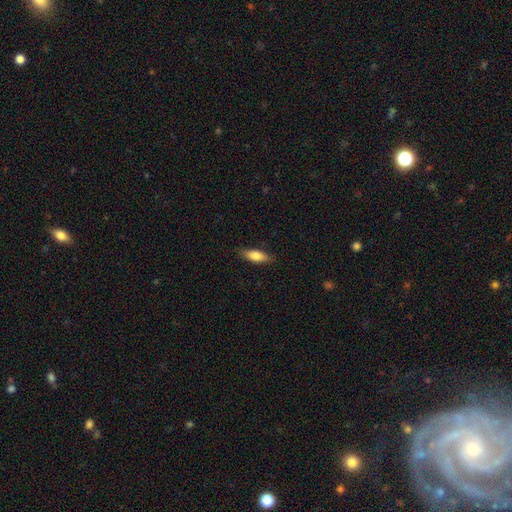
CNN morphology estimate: The model was most divided on "how rounded": in between: 65%, cigar-shaped: 33%, round: 2%. More confident: merging — none (85%); smooth or featured — smooth (79%).